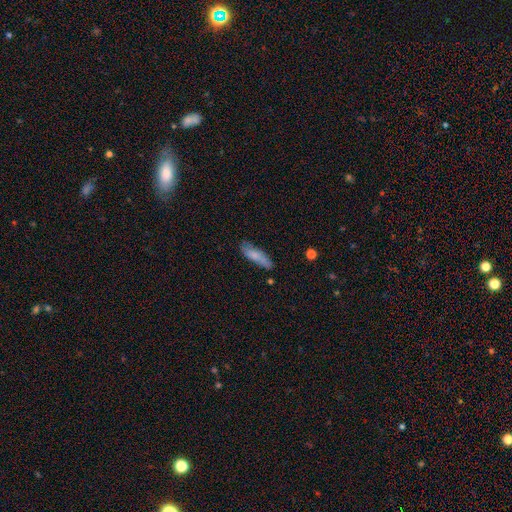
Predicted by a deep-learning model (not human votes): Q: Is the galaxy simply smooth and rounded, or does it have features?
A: smooth — 76%.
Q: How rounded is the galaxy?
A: cigar-shaped — 60%.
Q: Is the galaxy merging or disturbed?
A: none — 67%.